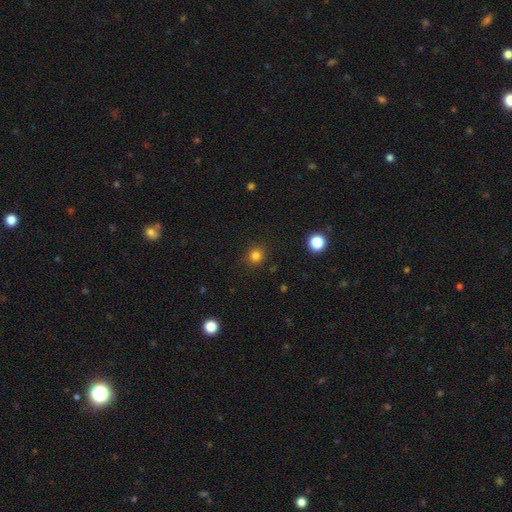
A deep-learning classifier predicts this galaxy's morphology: Smooth or featured? smooth (81%)
How rounded? round (91%)
Merging? none (89%)